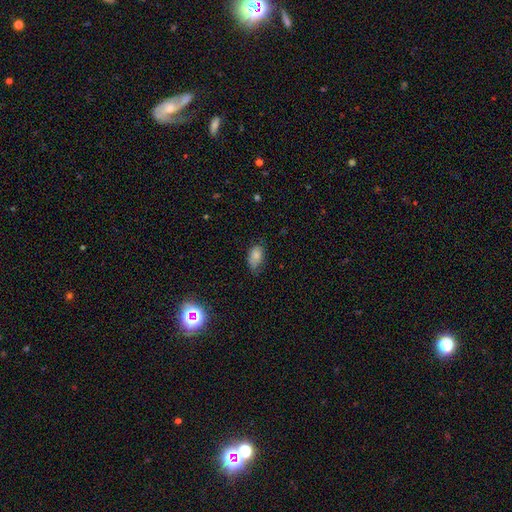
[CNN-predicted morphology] This appears to be a smooth galaxy with no disk features (80%) that is in between round and cigar-shaped (90%). Merging: none (56%).